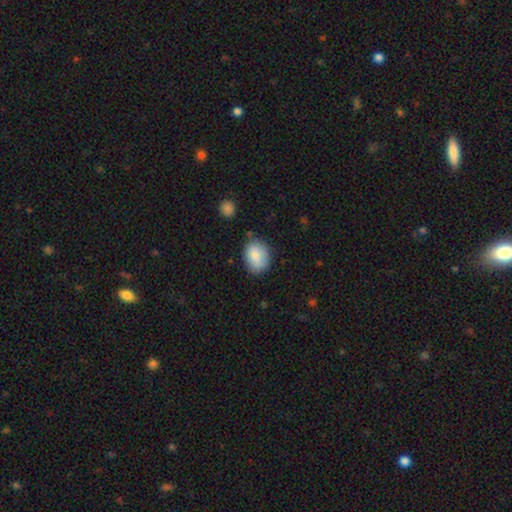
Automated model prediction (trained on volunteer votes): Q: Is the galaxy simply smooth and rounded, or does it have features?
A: smooth — 85%.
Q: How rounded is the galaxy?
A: in between — 70%.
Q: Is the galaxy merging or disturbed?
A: none — 77%.